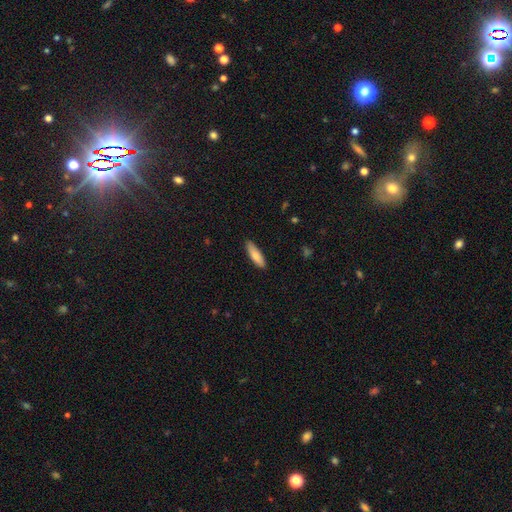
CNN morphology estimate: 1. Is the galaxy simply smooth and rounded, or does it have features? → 83% smooth, 11% featured or disk, 6% star or artifact.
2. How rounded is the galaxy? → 60% cigar-shaped, 39% in between, 1% round.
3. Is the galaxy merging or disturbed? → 87% none, 11% minor disturbance, 2% major disturbance, 1% merger.